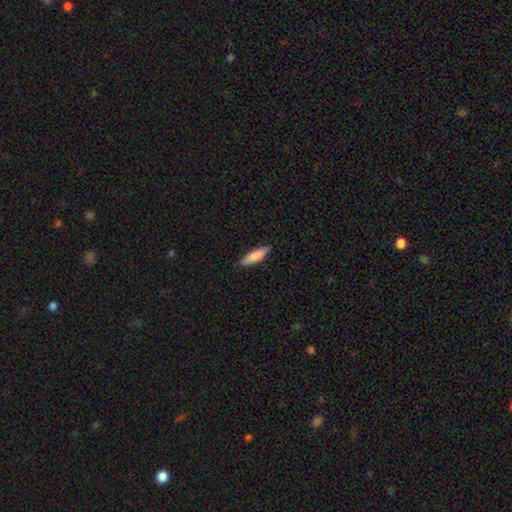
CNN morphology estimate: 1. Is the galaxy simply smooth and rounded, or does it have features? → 79% smooth, 15% featured or disk, 6% star or artifact.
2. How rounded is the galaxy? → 72% cigar-shaped, 27% in between, 2% round.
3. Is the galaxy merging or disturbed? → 85% none, 12% minor disturbance, 2% major disturbance, 1% merger.